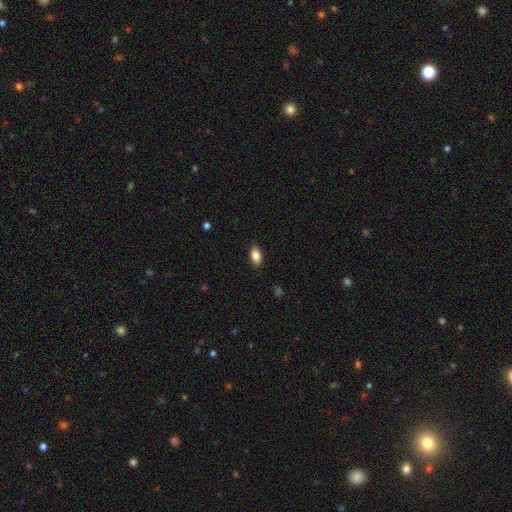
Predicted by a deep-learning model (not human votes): This appears to be a smooth galaxy with no disk features (87%) that is in between round and cigar-shaped (92%). Merging: none (88%).